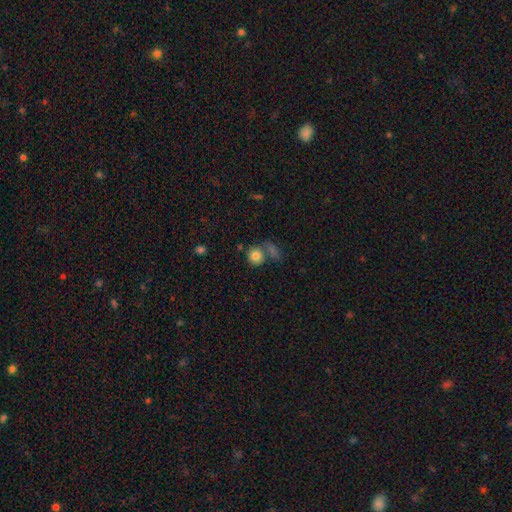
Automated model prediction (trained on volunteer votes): smooth-or-featured: smooth: 81% | star or artifact: 10% | featured or disk: 9%
  how-rounded: round: 85% | in between: 14% | cigar-shaped: 1%
  merging: none: 60% | merger: 24% | minor disturbance: 11% | major disturbance: 5%